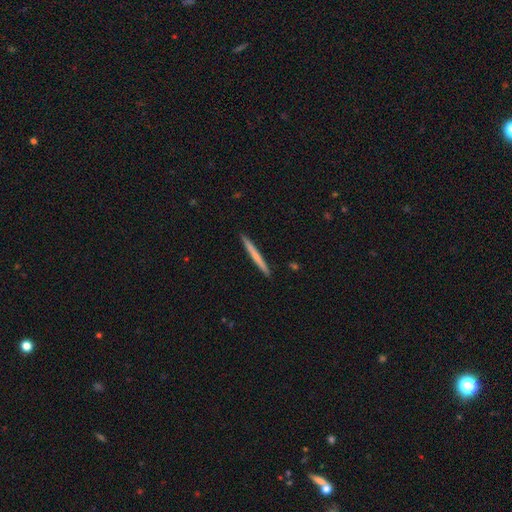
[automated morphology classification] smooth_or_featured: smooth (p=0.56) [alt: featured or disk p=0.39]
how_rounded: cigar-shaped (p=0.97) [alt: in between p=0.02]
merging: none (p=0.93) [alt: minor disturbance p=0.05]